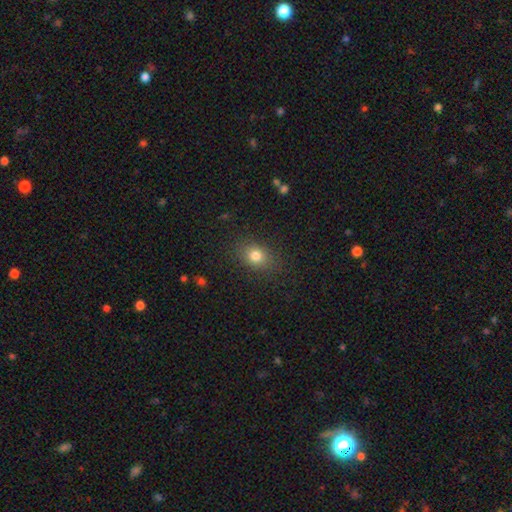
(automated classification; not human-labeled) This is likely a smooth galaxy (79%). How rounded: possibly in between (58%). Merging: clearly none (84%).